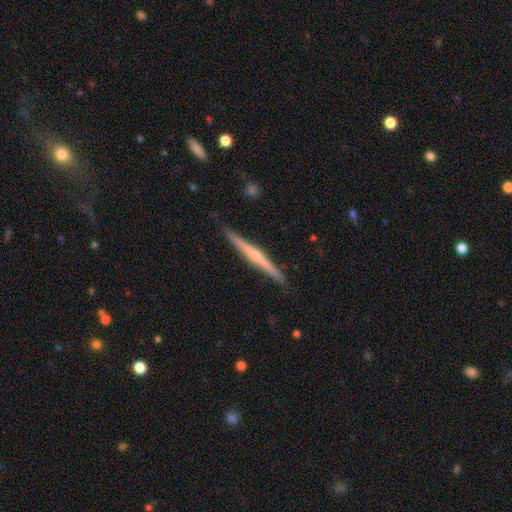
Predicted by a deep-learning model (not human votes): Morphology: type=featured or disk (66%); edge-on=yes (98%); edge-on bulge=rounded (51%); merging=none (89%).